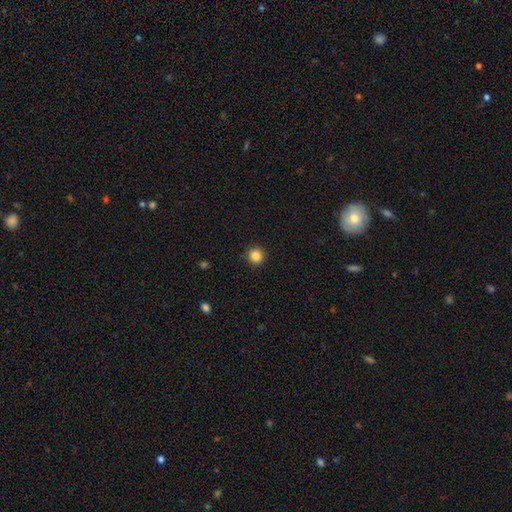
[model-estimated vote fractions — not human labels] Overall: smooth (85%). How rounded: round (95%). Merging: none (92%).